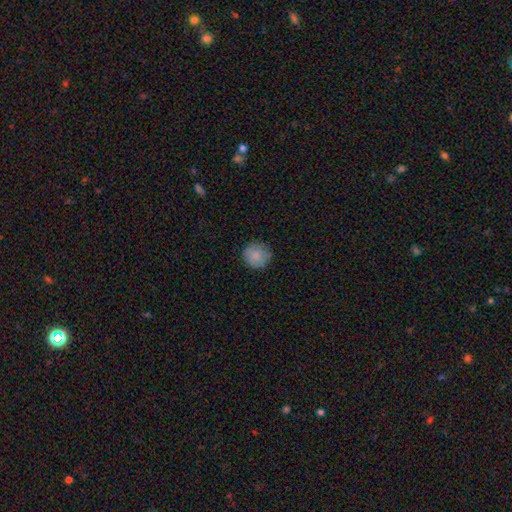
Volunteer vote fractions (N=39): Q: Smooth or featured?
A: smooth (90%); runner-up: star or artifact (8%)
Q: How rounded?
A: round (89%); runner-up: in between (9%)
Q: Merging?
A: none (86%); runner-up: minor disturbance (8%)